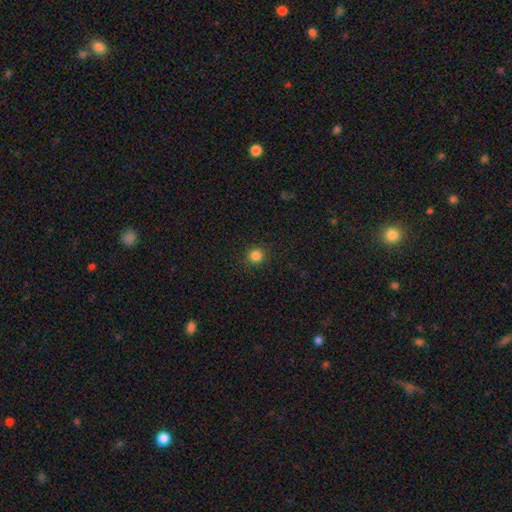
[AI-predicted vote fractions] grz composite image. It shows a smooth galaxy with no disk features (84%) that is round (94%). Merging: none (91%).